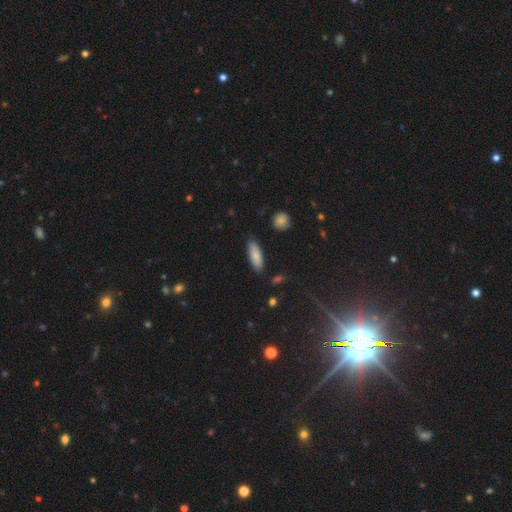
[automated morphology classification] Overall: smooth (86%). How rounded: in between (58%; cigar-shaped 40%). Merging: none (86%).